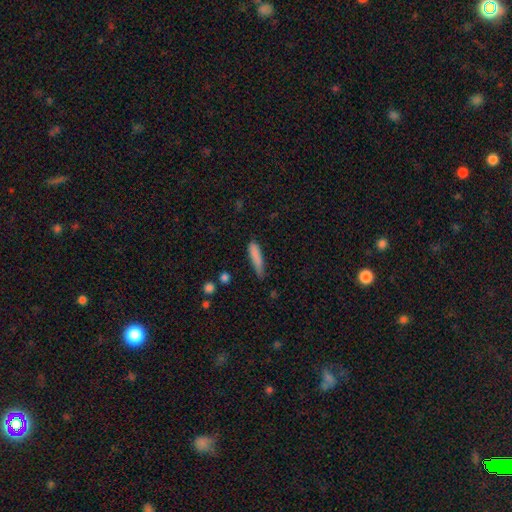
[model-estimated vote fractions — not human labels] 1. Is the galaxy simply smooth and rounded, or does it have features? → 82% smooth, 10% featured or disk, 7% star or artifact.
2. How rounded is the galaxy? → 82% cigar-shaped, 16% in between, 2% round.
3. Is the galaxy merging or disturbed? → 60% none, 31% minor disturbance, 7% major disturbance, 3% merger.